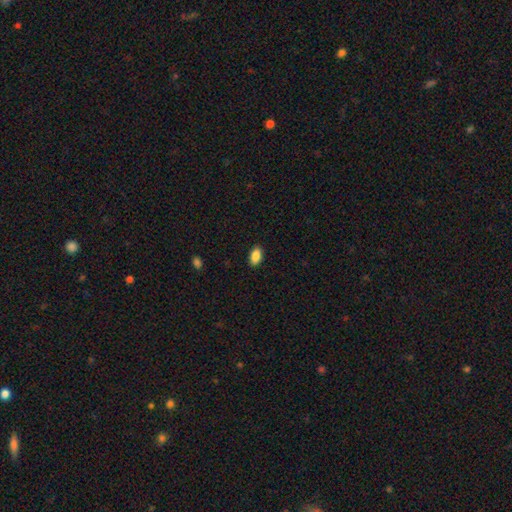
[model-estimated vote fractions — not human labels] A smooth galaxy with no disk features (89%) that is in between round and cigar-shaped (92%).

Vote fractions:
- Smooth or featured? smooth: 89% / star or artifact: 8% / featured or disk: 4%
- How rounded? in between: 92% / round: 4% / cigar-shaped: 3%
- Merging? none: 89% / minor disturbance: 8% / major disturbance: 2% / merger: 1%